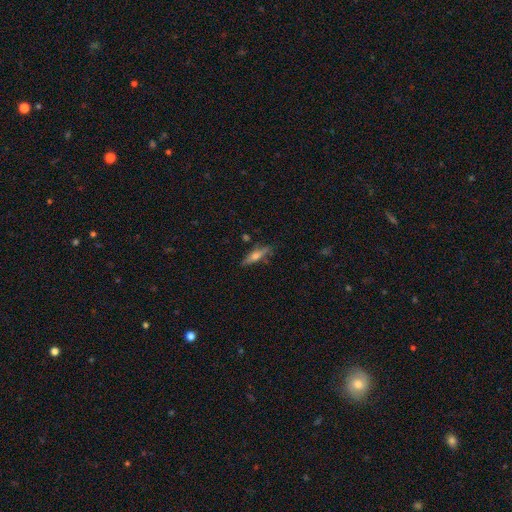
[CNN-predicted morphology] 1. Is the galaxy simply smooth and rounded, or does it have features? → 48% featured or disk, 45% smooth, 7% star or artifact.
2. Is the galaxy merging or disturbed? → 80% none, 14% minor disturbance, 3% merger, 3% major disturbance.